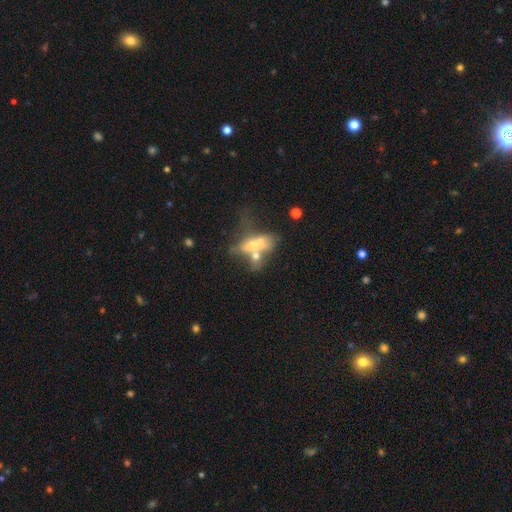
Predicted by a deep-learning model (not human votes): The model was most divided on "smooth or featured": smooth: 46%, featured or disk: 43%, star or artifact: 11%. Remaining: merging — merger (49%).